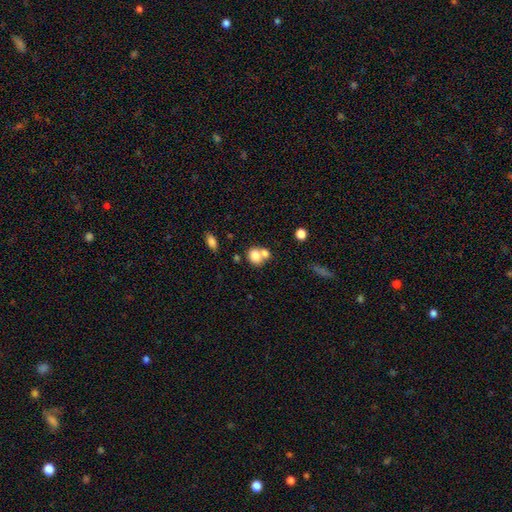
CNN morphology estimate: Smooth or featured? smooth (78%)
How rounded? round (59%)
Merging? merger (50%)